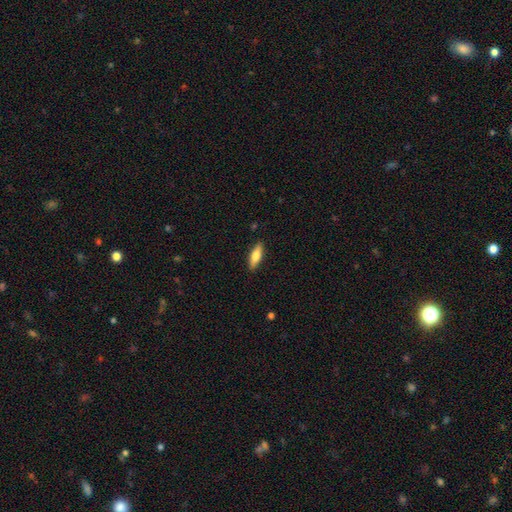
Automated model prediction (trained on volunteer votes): Smooth or featured: smooth — 70% (featured or disk — 24%)
How rounded: in between — 56% (cigar-shaped — 42%)
Merging: none — 88% (minor disturbance — 9%)